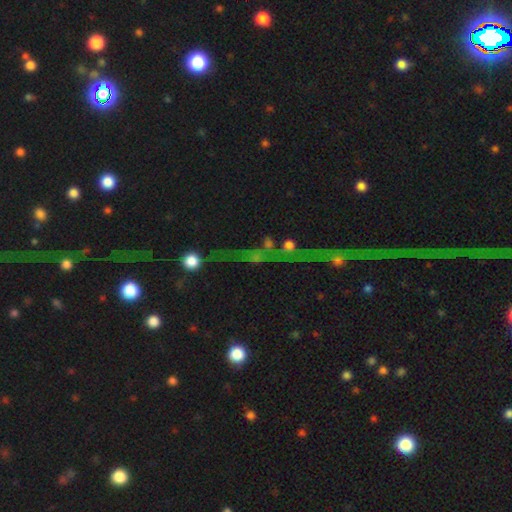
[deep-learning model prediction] Smooth or featured? star or artifact (63%)